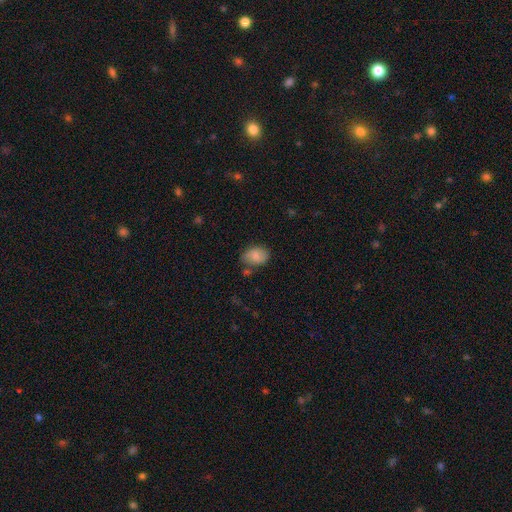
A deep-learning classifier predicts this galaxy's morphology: smooth_or_featured: smooth (p=0.75) [alt: featured or disk p=0.17]
how_rounded: in between (p=0.74) [alt: round p=0.25]
merging: none (p=0.69) [alt: minor disturbance p=0.20]